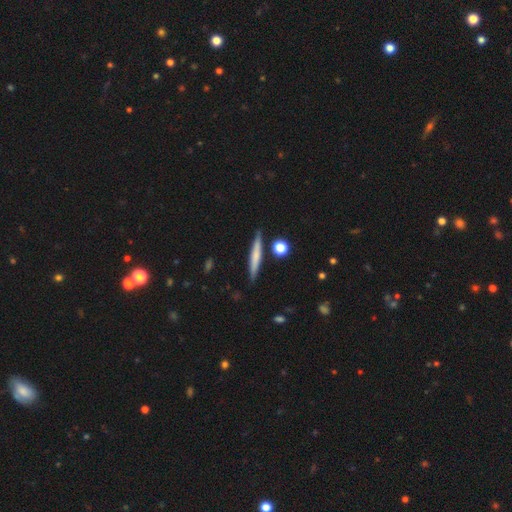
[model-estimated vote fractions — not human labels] Morphology: type=smooth (59%); roundness=cigar-shaped (94%); merging=none (86%).